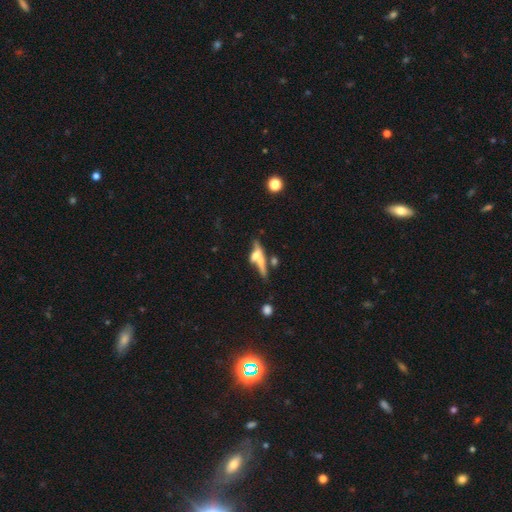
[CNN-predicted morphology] Smooth or featured? Predicted: featured or disk (p=0.51). Edge-on disk? Predicted: yes (p=0.75). Merging? Predicted: merger (p=0.40).